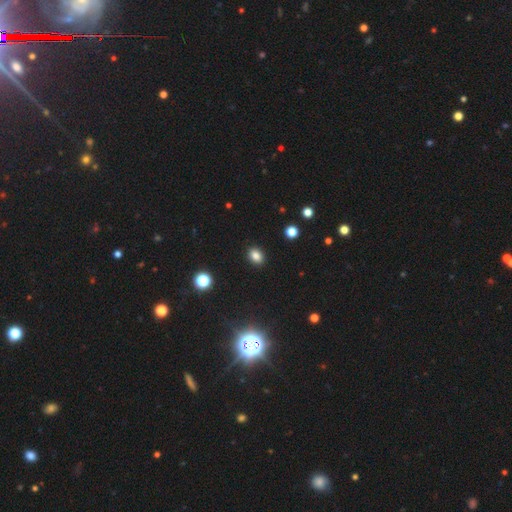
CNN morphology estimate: This is clearly a smooth galaxy (83%). How rounded: likely in between (70%). Merging: clearly none (90%).